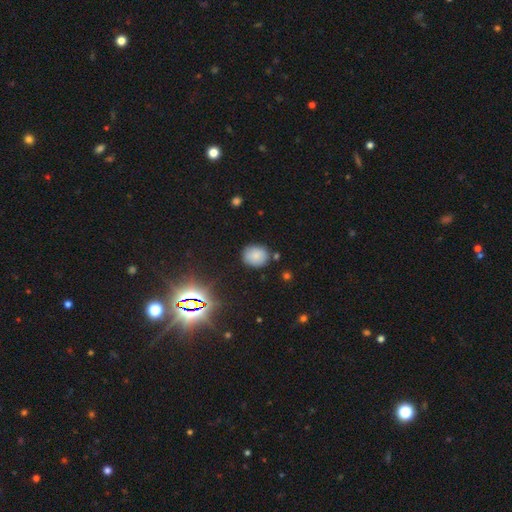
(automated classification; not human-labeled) Smooth or featured: smooth — 79% (star or artifact — 13%)
How rounded: round — 70% (in between — 29%)
Merging: none — 82% (minor disturbance — 13%)